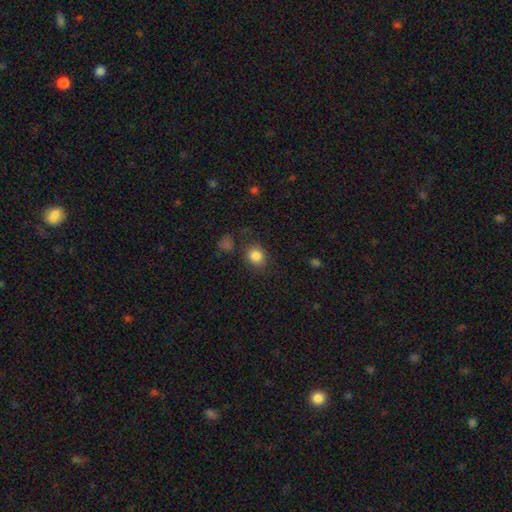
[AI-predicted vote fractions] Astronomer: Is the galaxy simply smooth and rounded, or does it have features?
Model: smooth — 84%.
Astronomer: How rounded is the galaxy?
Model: round — 69%.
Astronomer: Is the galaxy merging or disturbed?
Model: none — 78%.